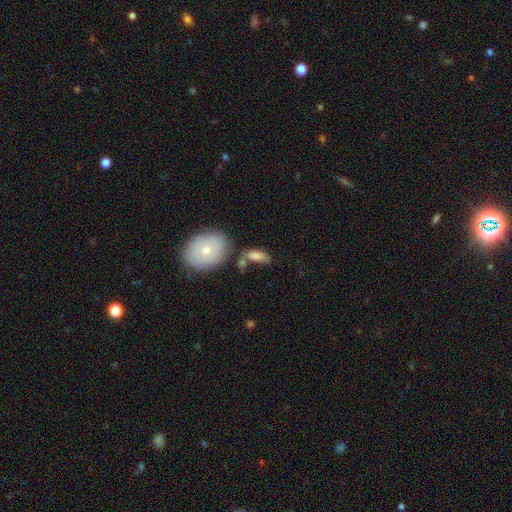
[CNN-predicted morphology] Smooth or featured? Predicted: smooth (p=0.79). How rounded? Predicted: in between (p=0.84). Merging? Predicted: none (p=0.48).